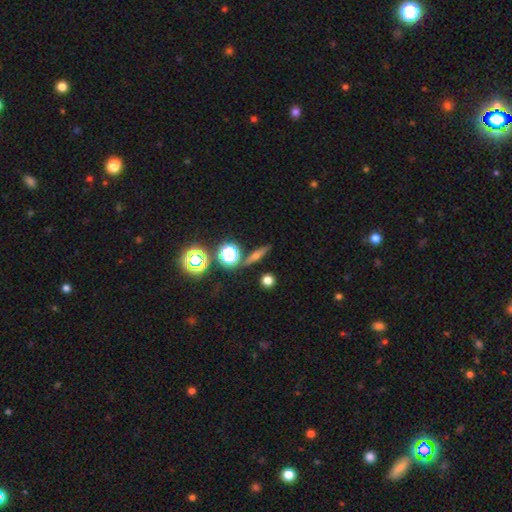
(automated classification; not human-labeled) Smooth or featured?
  - featured or disk: 40% *
  - smooth: 39%
  - star or artifact: 21%
Merging?
  - none: 85% *
  - minor disturbance: 8%
  - merger: 4%
  - major disturbance: 3%